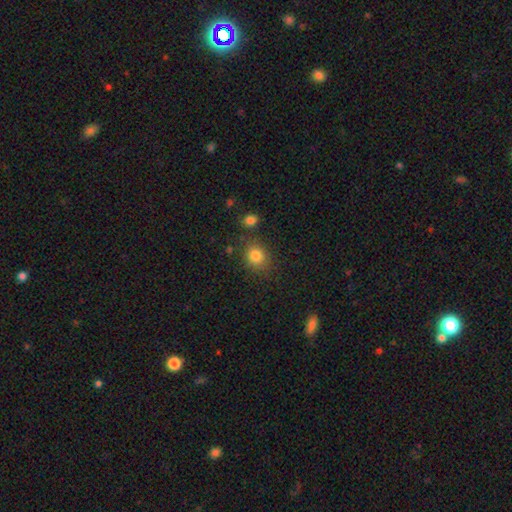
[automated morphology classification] A smooth galaxy with no disk features (83%) that is round (71%).

Vote fractions:
- Smooth or featured? smooth: 83% / star or artifact: 12% / featured or disk: 6%
- How rounded? round: 71% / in between: 28% / cigar-shaped: 1%
- Merging? none: 78% / minor disturbance: 12% / merger: 5% / major disturbance: 4%